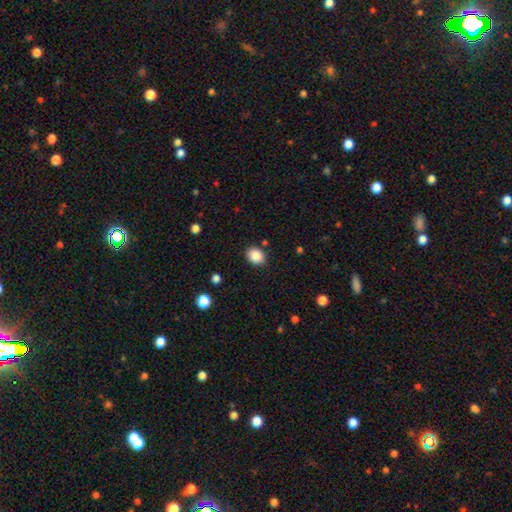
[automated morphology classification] A smooth galaxy with no disk features (88%) that is in between round and cigar-shaped (55%). Merging: none (86%).